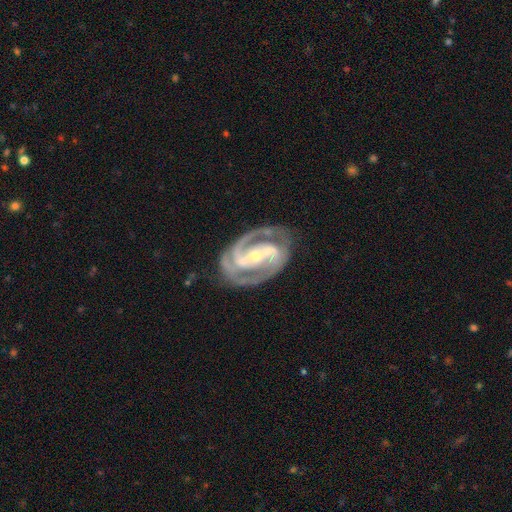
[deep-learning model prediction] Q: Smooth or featured?
A: featured or disk (93%); runner-up: star or artifact (4%)
Q: Edge-on disk?
A: no (97%); runner-up: yes (3%)
Q: Bar?
A: strong (64%); runner-up: weak (24%)
Q: Spiral arms?
A: yes (98%); runner-up: no (2%)
Q: Spiral winding?
A: tight (48%); runner-up: medium (46%)
Q: Spiral arm count?
A: 2 (85%); runner-up: 3 (8%)
Q: Bulge size?
A: small (58%); runner-up: moderate (38%)
Q: Merging?
A: none (77%); runner-up: minor disturbance (15%)